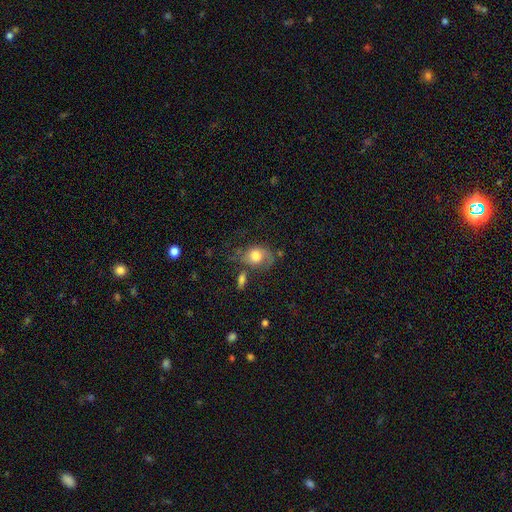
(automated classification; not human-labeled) This is possibly a smooth galaxy (54%). How rounded: possibly in between (58%). Merging: marginally none (45%).